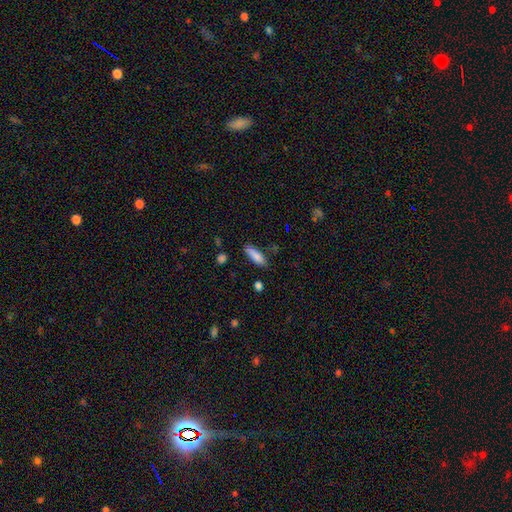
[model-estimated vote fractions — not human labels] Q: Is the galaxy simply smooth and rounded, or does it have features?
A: smooth — 85%.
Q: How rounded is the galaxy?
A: in between — 52%.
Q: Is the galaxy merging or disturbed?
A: none — 75%.